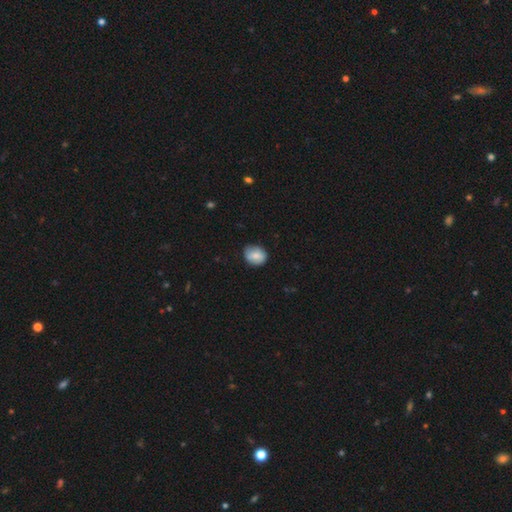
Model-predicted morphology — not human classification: Smooth or featured? Predicted: smooth (p=0.77). How rounded? Predicted: round (p=0.57). Merging? Predicted: none (p=0.74).